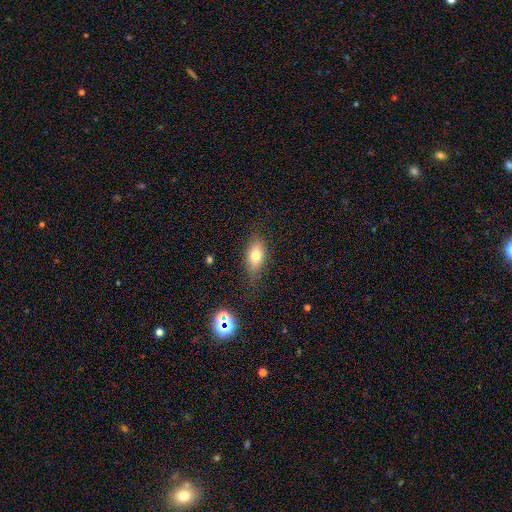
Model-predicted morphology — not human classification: A smooth galaxy with no disk features (75%) that is in between round and cigar-shaped (84%). Merging: none (79%).